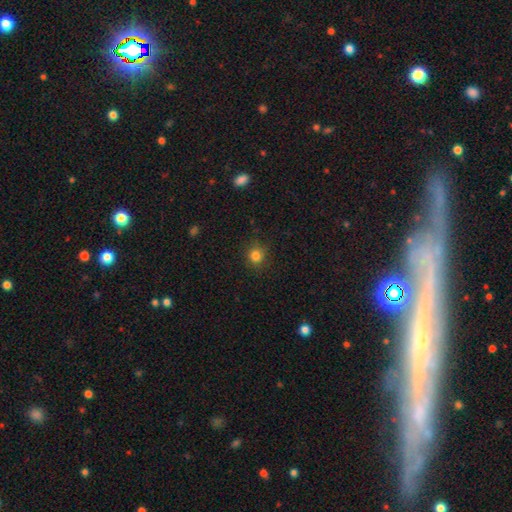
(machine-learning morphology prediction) The model was most divided on "smooth or featured": smooth: 83%, star or artifact: 13%, featured or disk: 5%. More confident: how rounded — round (88%); merging — none (87%).